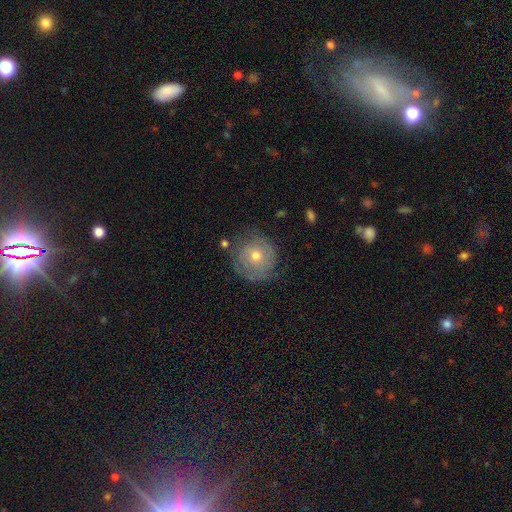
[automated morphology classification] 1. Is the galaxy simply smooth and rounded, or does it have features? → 47% smooth, 44% featured or disk, 9% star or artifact.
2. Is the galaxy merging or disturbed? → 73% none, 18% minor disturbance, 7% major disturbance, 2% merger.